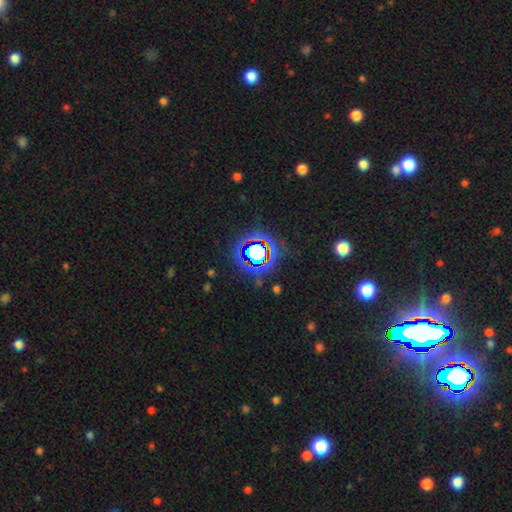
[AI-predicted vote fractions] A star or artifact, not a galaxy (73%).